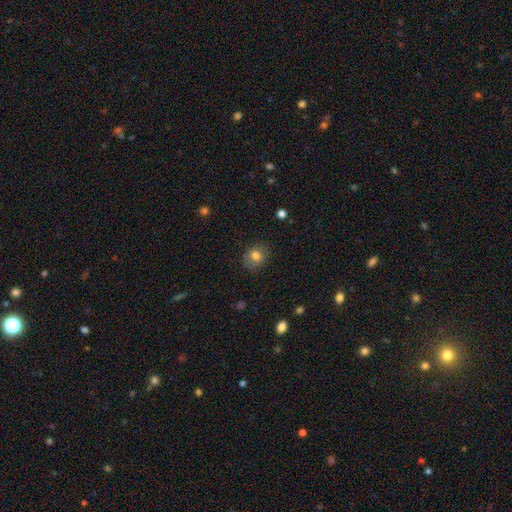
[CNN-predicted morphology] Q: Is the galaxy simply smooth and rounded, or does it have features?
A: smooth — 79%.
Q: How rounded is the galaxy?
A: round — 68%.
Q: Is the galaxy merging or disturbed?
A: none — 80%.